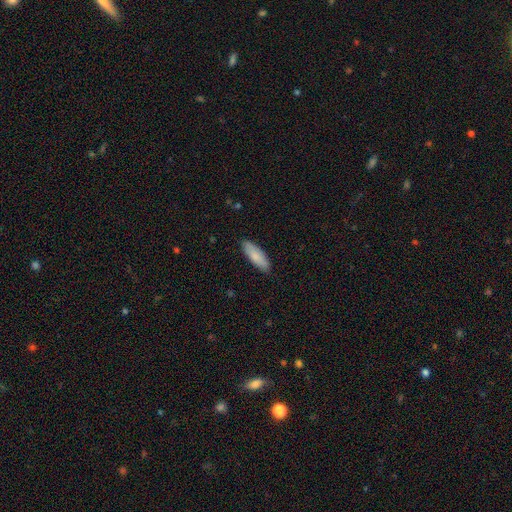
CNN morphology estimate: The model was most divided on "how rounded": in between: 57%, cigar-shaped: 41%, round: 2%. More confident: merging — none (87%); smooth or featured — smooth (84%).